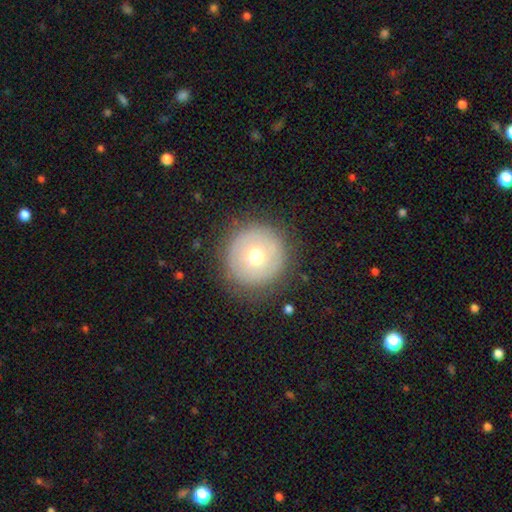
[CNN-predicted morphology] Smooth or featured: smooth — 60% (featured or disk — 31%)
How rounded: round — 95% (in between — 4%)
Merging: none — 86% (minor disturbance — 10%)